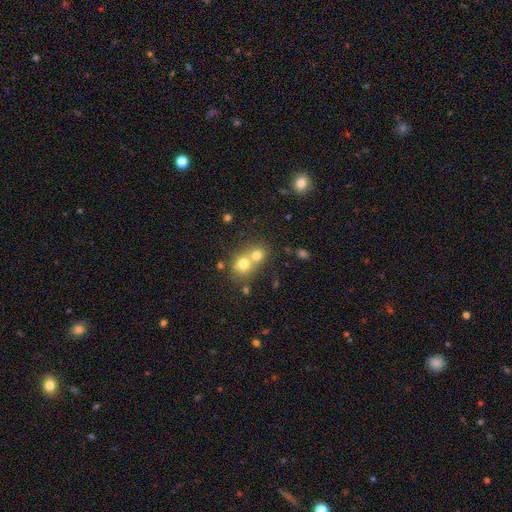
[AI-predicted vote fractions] Q: Smooth or featured?
A: smooth (65%); runner-up: star or artifact (19%)
Q: How rounded?
A: round (80%); runner-up: in between (19%)
Q: Merging?
A: merger (55%); runner-up: none (38%)